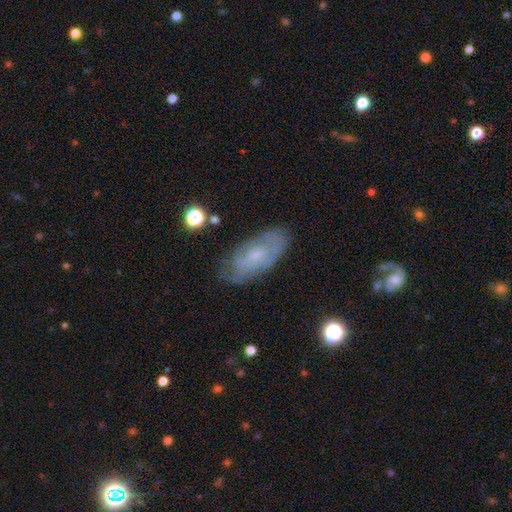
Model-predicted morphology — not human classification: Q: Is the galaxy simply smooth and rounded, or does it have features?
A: featured or disk — 62%.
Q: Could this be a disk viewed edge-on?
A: no — 90%.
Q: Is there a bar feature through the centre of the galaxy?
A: no — 62%.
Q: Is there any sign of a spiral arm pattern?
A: yes — 75%.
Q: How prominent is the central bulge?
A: small — 63%.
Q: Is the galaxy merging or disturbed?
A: none — 72%.